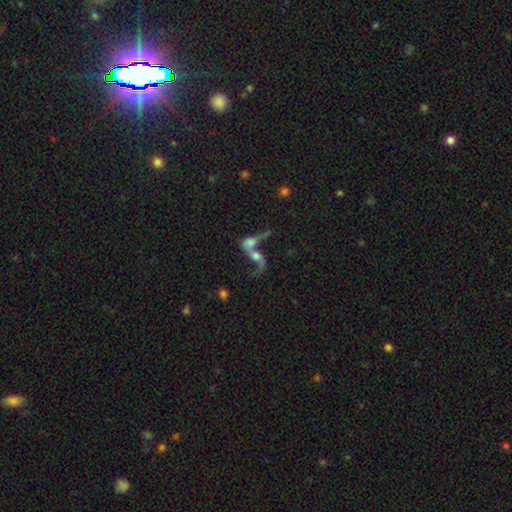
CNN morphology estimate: Smooth or featured? featured or disk (57%)
Edge-on disk? no (91%)
Bar? no (66%)
Spiral arms? yes (68%)
Bulge size? moderate (38%)
Merging? merger (77%)